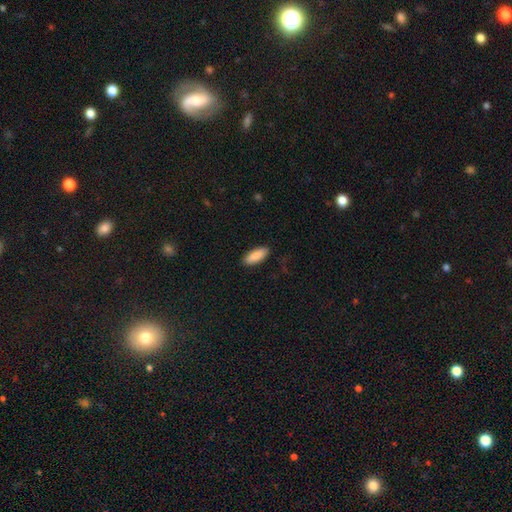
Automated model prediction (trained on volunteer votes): Morphology: type=smooth (89%); roundness=in between (74%); merging=none (89%).